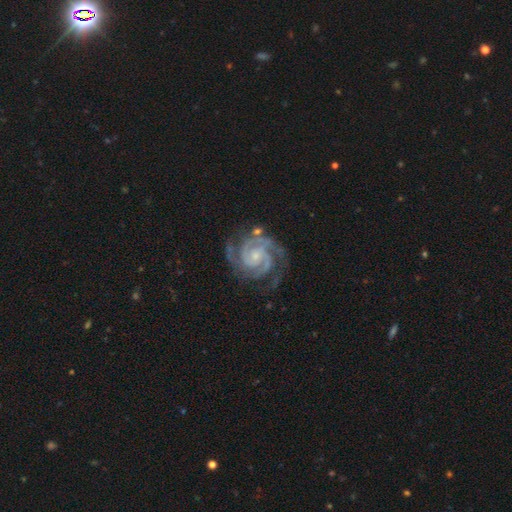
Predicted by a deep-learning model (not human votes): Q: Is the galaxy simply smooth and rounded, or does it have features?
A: featured or disk — 93%.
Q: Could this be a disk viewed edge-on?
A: no — 98%.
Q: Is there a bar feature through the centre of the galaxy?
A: no — 60%.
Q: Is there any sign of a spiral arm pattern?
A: yes — 99%.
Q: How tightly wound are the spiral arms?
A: tight — 70%.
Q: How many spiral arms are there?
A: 2 — 46%.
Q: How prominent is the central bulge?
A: small — 69%.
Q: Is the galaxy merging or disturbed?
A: none — 72%.